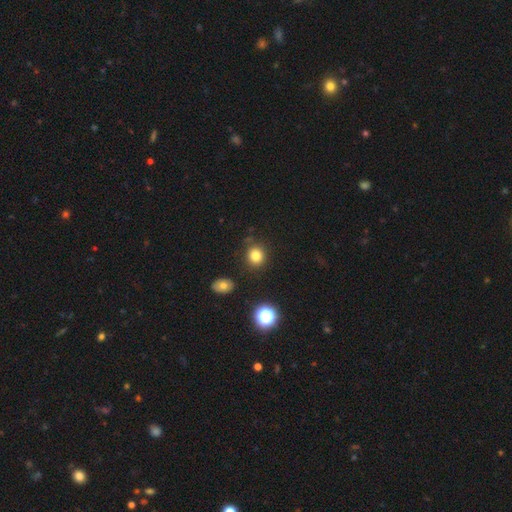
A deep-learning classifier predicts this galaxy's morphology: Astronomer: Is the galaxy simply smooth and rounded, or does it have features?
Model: smooth — 80%.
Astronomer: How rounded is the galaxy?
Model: round — 83%.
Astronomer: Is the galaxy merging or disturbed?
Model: none — 84%.